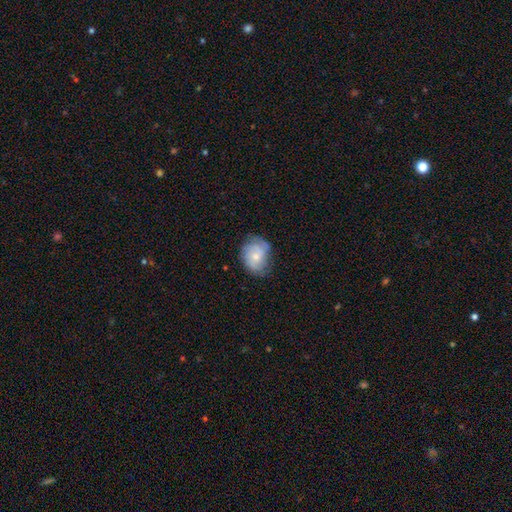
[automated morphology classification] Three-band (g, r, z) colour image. It shows a featured or disk galaxy (48%). Merging: none (66%).